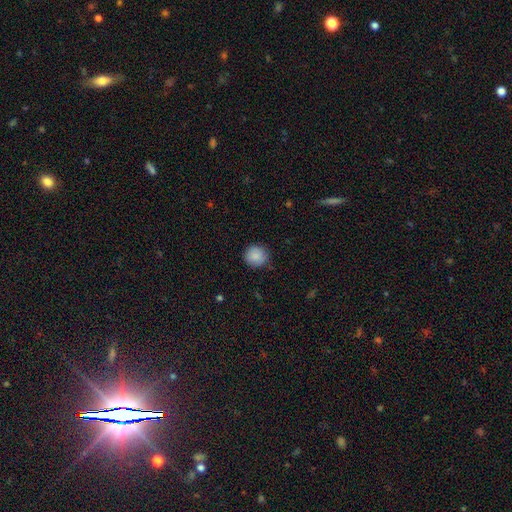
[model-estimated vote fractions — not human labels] Morphology: type=smooth (88%); roundness=round (91%); merging=none (85%).